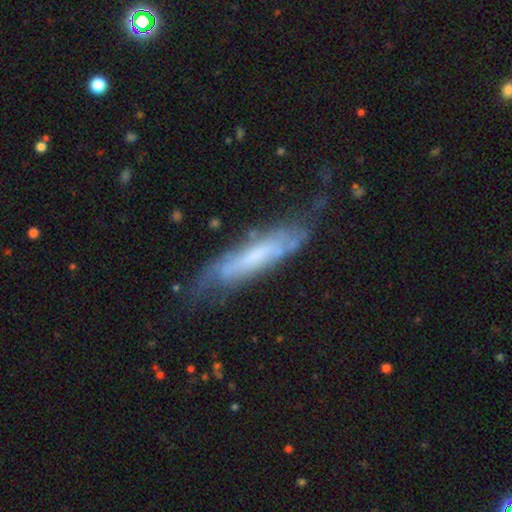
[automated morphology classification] This is possibly a featured or disk galaxy (58%). It is possibly not viewed edge-on (51%). Merging: possibly none (55%).